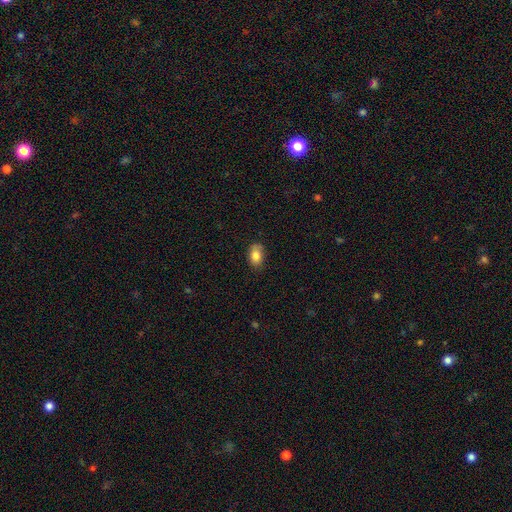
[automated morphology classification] Smooth or featured? smooth (82%)
How rounded? in between (82%)
Merging? none (77%)